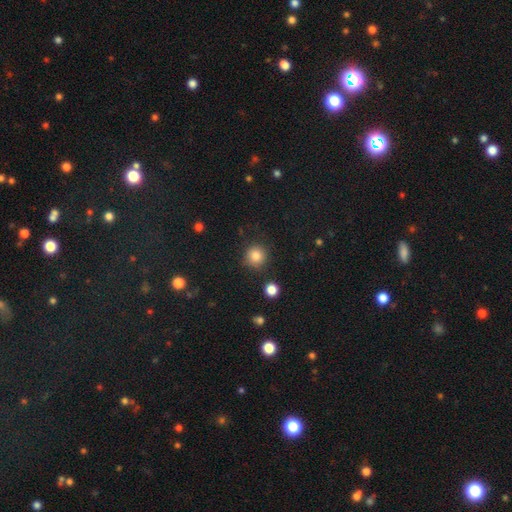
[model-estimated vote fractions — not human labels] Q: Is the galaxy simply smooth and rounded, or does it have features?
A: smooth — 85%.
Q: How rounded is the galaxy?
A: round — 93%.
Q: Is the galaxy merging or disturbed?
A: none — 85%.